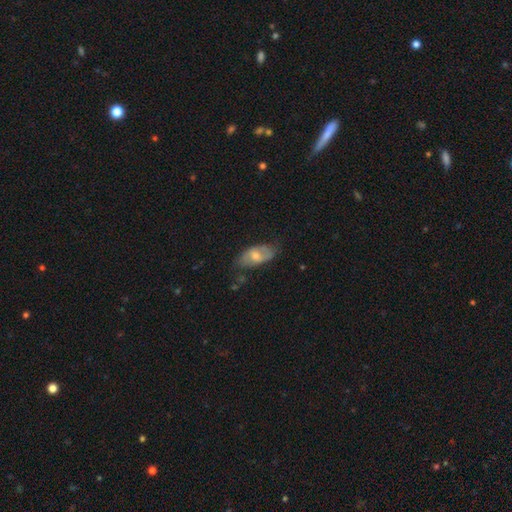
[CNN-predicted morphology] A smooth galaxy with no disk features (51%) that is in between round and cigar-shaped (90%).

Vote fractions:
- Smooth or featured? smooth: 51% / featured or disk: 42% / star or artifact: 7%
- How rounded? in between: 90% / cigar-shaped: 6% / round: 4%
- Merging? none: 63% / minor disturbance: 27% / major disturbance: 8% / merger: 2%